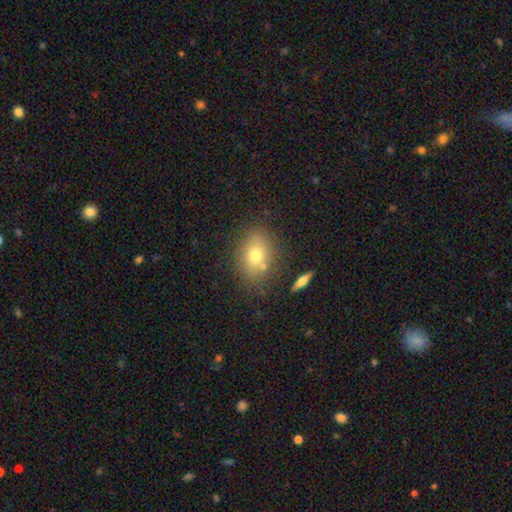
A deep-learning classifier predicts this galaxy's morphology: type=smooth (72%); roundness=in between (66%); merging=none (74%).